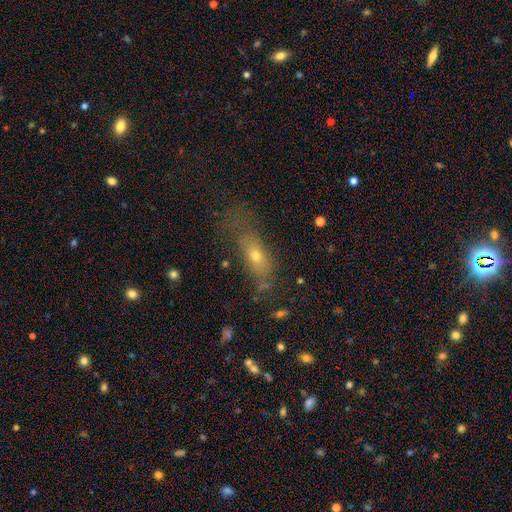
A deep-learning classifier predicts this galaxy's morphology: smooth-or-featured: smooth: 55% | featured or disk: 27% | star or artifact: 18%
  how-rounded: in between: 57% | cigar-shaped: 34% | round: 9%
  merging: none: 49% | minor disturbance: 24% | major disturbance: 23% | merger: 4%